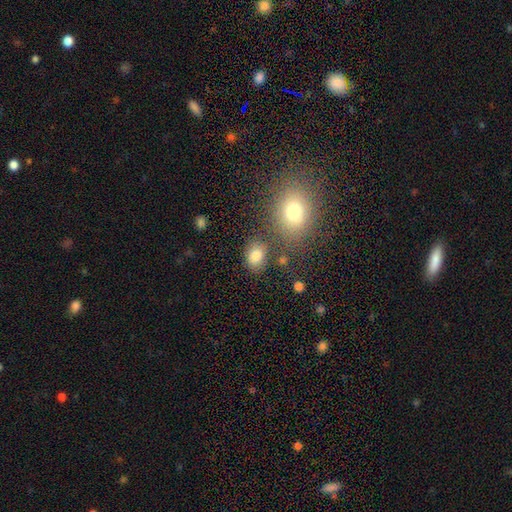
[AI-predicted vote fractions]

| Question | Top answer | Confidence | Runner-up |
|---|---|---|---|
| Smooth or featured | smooth | 80% | star or artifact (12%) |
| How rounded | in between | 67% | round (32%) |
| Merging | none | 71% | minor disturbance (14%) |